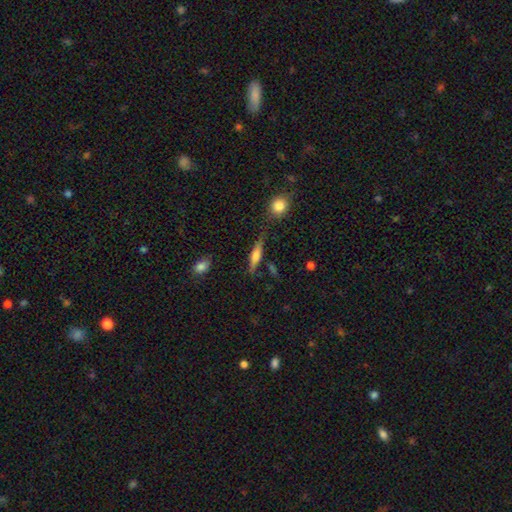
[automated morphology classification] Smooth or featured: smooth — 51% (featured or disk — 41%)
How rounded: cigar-shaped — 74% (in between — 23%)
Merging: none — 74% (minor disturbance — 16%)